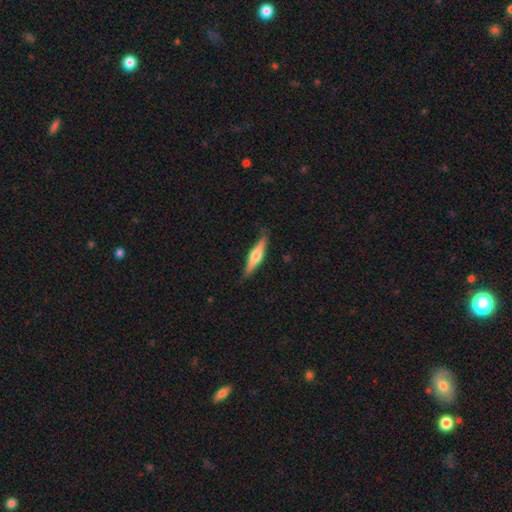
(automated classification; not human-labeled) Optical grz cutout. It shows a featured or disk galaxy (60%) viewed edge-on (96%) with a rounded central bulge (89%). Merging: none (85%).